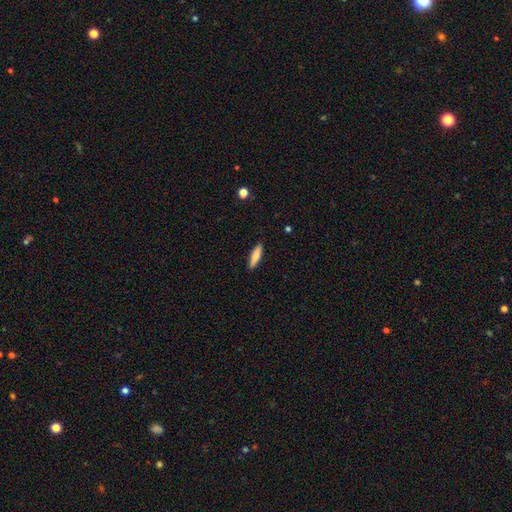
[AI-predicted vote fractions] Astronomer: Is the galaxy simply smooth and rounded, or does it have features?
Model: smooth — 78%.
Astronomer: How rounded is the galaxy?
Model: cigar-shaped — 71%.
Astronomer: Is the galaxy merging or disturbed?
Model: none — 89%.